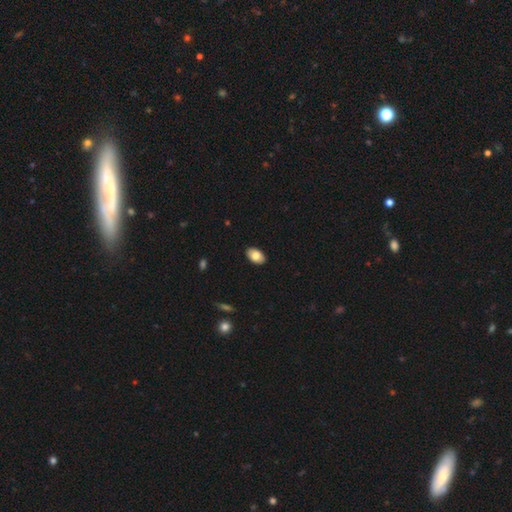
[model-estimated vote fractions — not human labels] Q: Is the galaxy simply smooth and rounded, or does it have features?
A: smooth — 82%.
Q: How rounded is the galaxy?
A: in between — 93%.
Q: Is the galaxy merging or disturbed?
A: none — 89%.